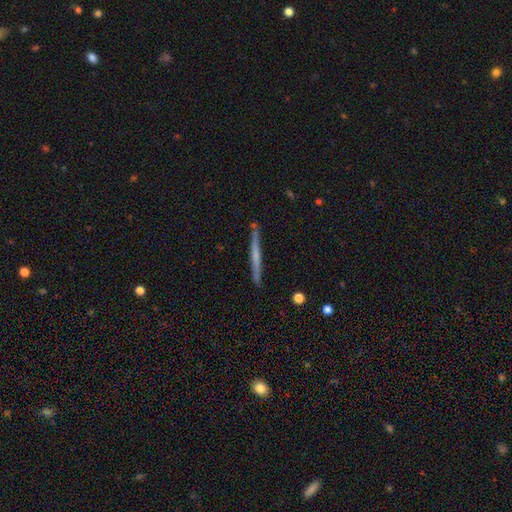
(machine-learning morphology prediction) Smooth or featured? featured or disk (53%)
Edge-on disk? yes (97%)
Edge-on bulge? none (74%)
Merging? none (89%)